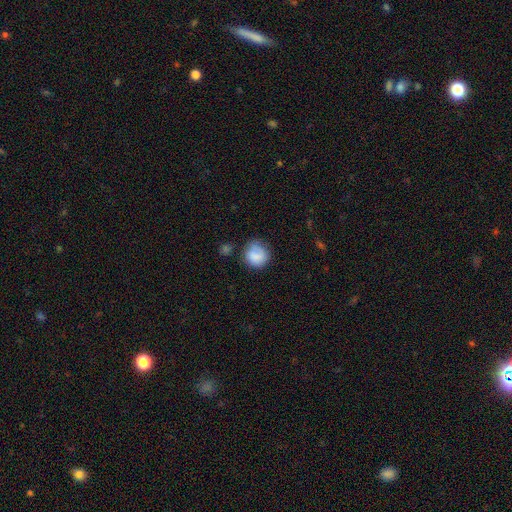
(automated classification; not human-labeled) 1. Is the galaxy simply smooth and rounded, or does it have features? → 81% smooth, 11% featured or disk, 8% star or artifact.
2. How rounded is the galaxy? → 83% round, 16% in between, 1% cigar-shaped.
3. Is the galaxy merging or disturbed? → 60% none, 25% minor disturbance, 9% major disturbance, 5% merger.